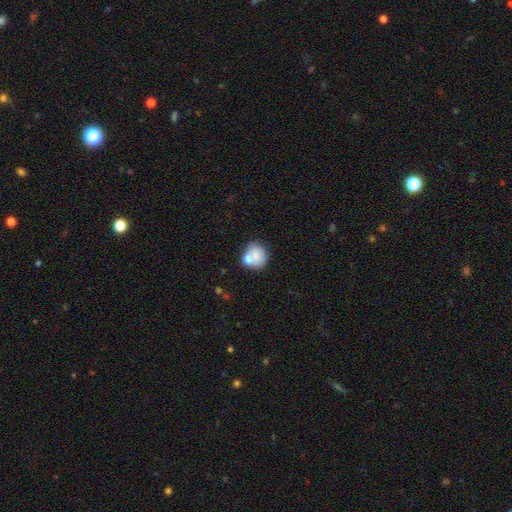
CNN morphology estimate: smooth_or_featured: smooth (p=0.74) [alt: featured or disk p=0.17]
how_rounded: round (p=0.78) [alt: in between p=0.21]
merging: none (p=0.54) [alt: merger p=0.24]